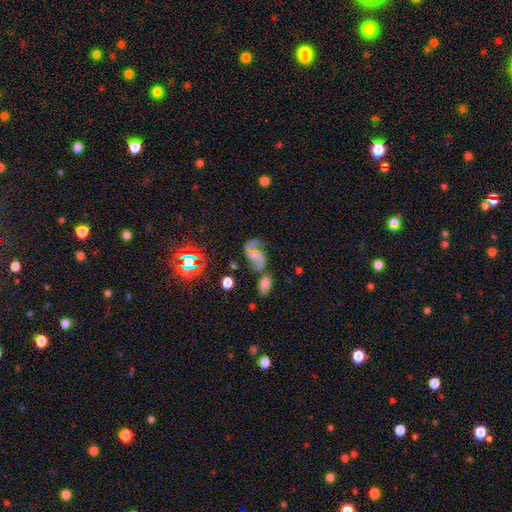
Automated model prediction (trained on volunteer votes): featured or disk 61%, smooth 23%, star or artifact 17%. Down the decision tree: edge-on disk — no (97%); bar — no (51%); spiral arms — yes (83%); bulge size — none (61%); merging — none (37%).